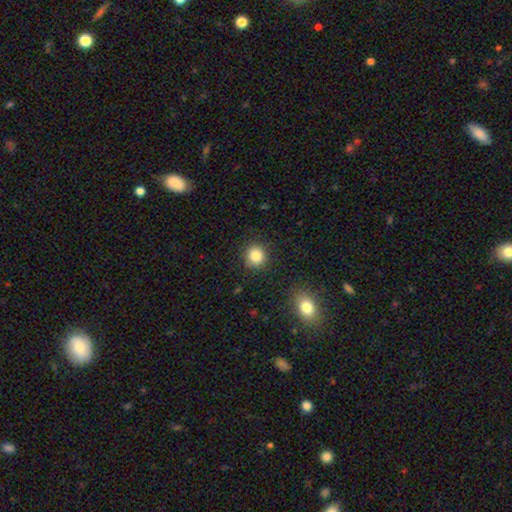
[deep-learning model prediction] Smooth or featured? Predicted: smooth (p=0.84). How rounded? Predicted: round (p=0.89). Merging? Predicted: none (p=0.88).